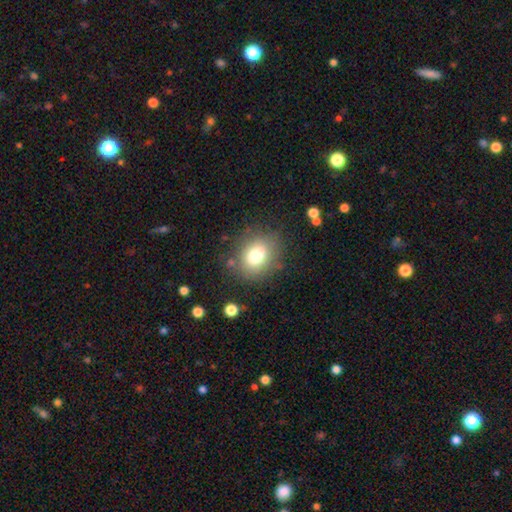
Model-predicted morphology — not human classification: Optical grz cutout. It shows a smooth galaxy with no disk features (75%) that is round (54%). Merging: none (78%).